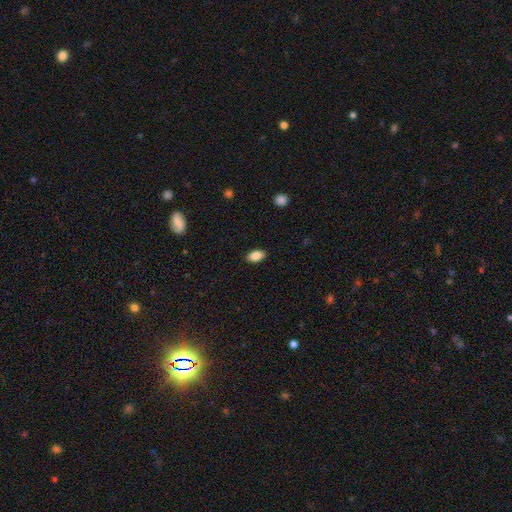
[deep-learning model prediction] Smooth or featured? smooth (86%)
How rounded? in between (91%)
Merging? none (88%)